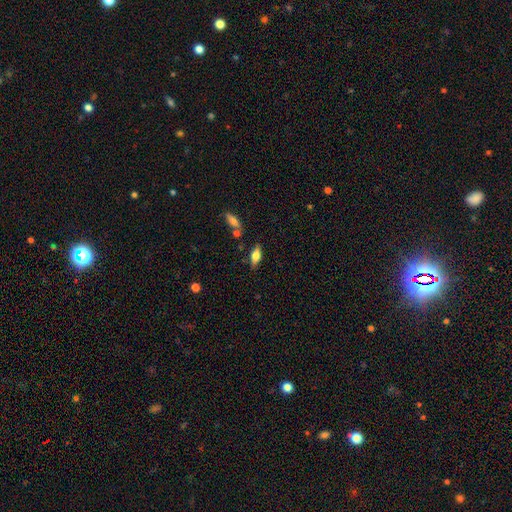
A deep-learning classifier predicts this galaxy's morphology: smooth 61%, featured or disk 31%, star or artifact 7%. Down the decision tree: how rounded — in between (76%); merging — none (80%).